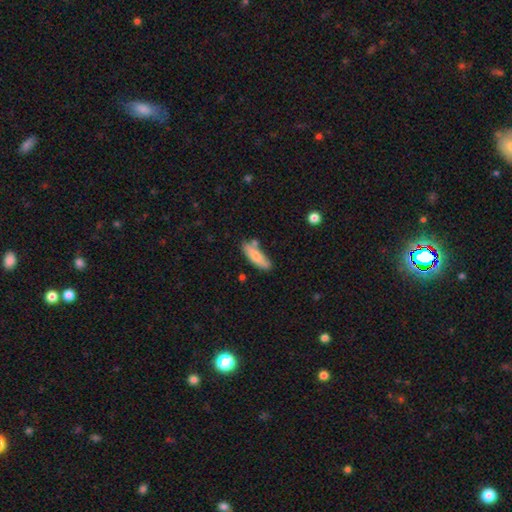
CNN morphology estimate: Overall: smooth (78%). How rounded: cigar-shaped (53%; in between 45%). Merging: none (68%).